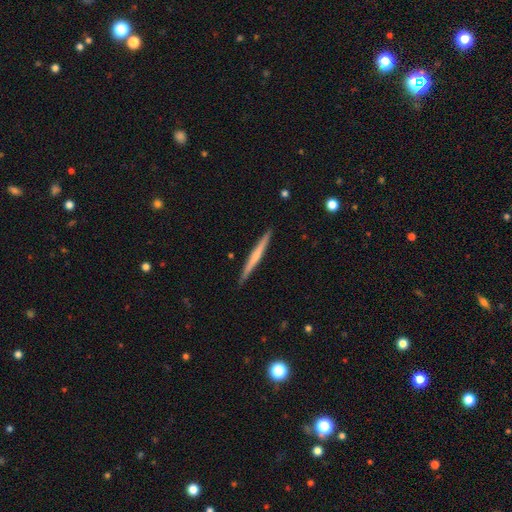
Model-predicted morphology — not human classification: Smooth or featured? featured or disk (52%)
Edge-on disk? yes (98%)
Edge-on bulge? none (60%)
Merging? none (91%)